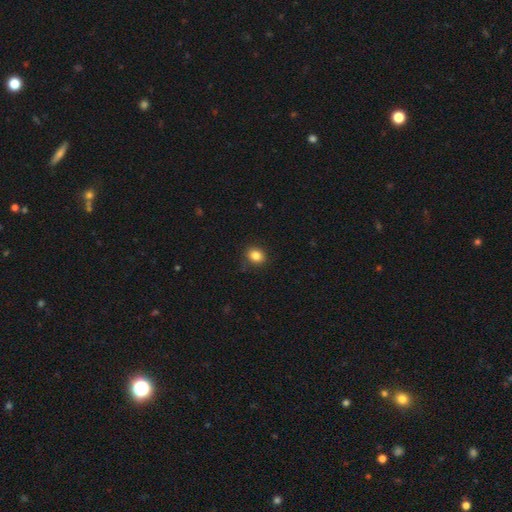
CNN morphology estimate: A smooth galaxy with no disk features (85%) that is round (58%). Merging: none (87%).